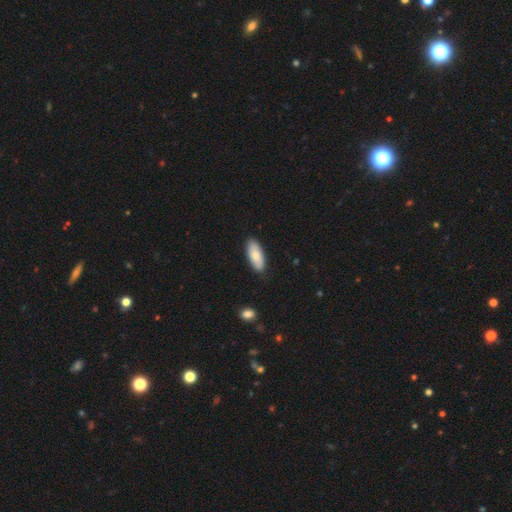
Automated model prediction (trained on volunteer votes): Smooth or featured? Predicted: smooth (p=0.76). How rounded? Predicted: in between (p=0.83). Merging? Predicted: none (p=0.87).